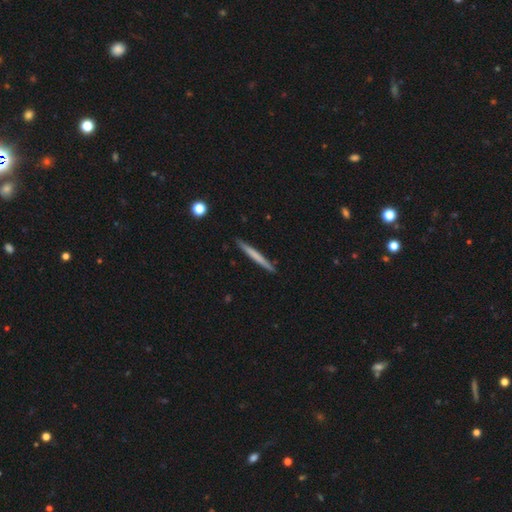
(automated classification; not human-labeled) A smooth galaxy with no disk features (60%) that is cigar-shaped (97%). Merging: none (91%).